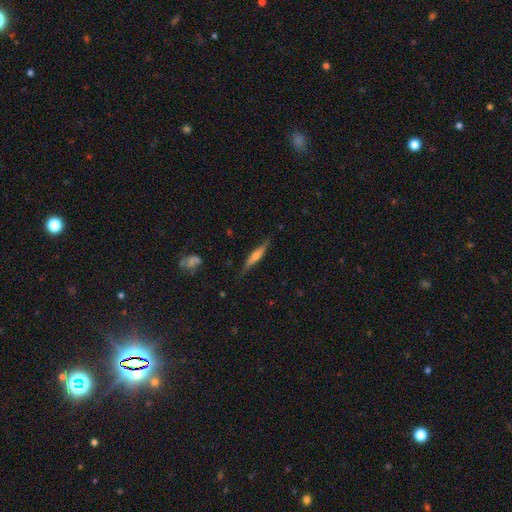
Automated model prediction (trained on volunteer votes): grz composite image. It shows a featured or disk galaxy (51%) viewed edge-on (92%). Merging: none (79%).